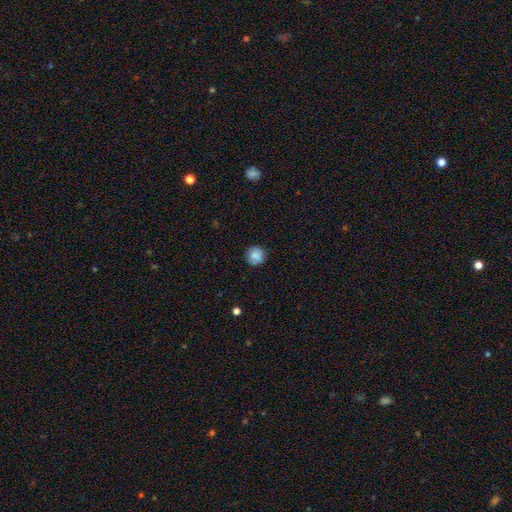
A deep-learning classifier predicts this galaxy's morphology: smooth-or-featured: smooth: 80% | featured or disk: 11% | star or artifact: 9%
  how-rounded: round: 92% | in between: 7% | cigar-shaped: 1%
  merging: none: 83% | minor disturbance: 13% | major disturbance: 3% | merger: 2%